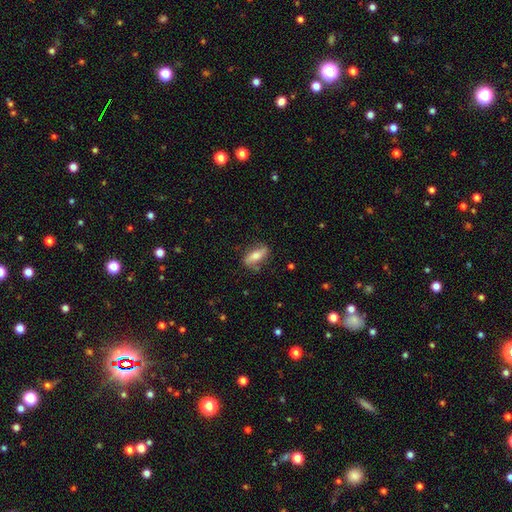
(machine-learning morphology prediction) Smooth or featured? smooth (57%)
How rounded? in between (65%)
Merging? none (78%)